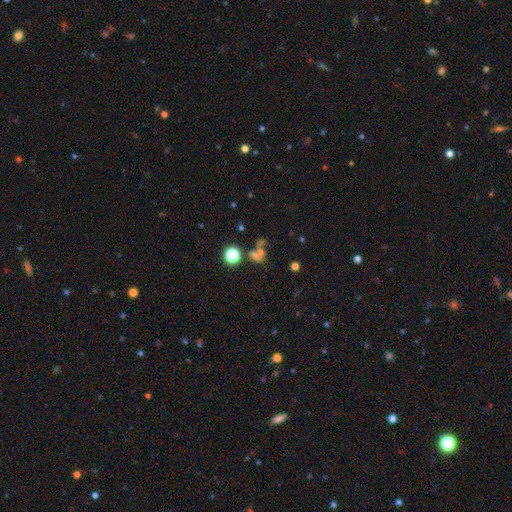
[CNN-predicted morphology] This appears to be a smooth galaxy with no disk features (47%). Merging: merger (37%).